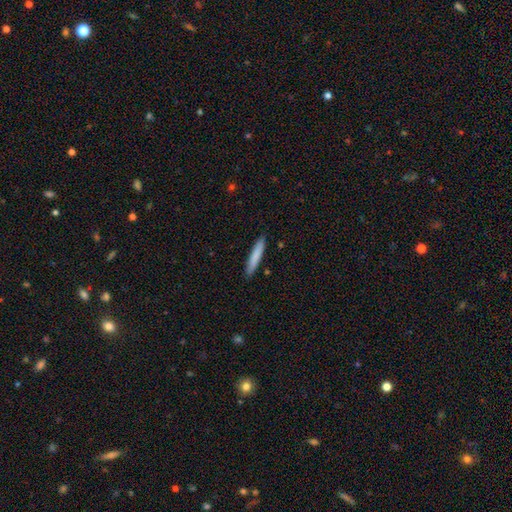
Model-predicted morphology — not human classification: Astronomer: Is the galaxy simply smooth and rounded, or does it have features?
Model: smooth — 81%.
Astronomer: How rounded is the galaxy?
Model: cigar-shaped — 93%.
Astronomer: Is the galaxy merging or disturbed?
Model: none — 89%.